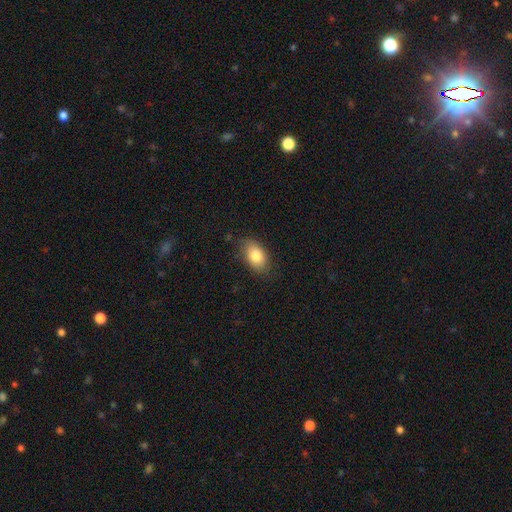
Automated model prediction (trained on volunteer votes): Smooth or featured? smooth (83%)
How rounded? in between (90%)
Merging? none (77%)